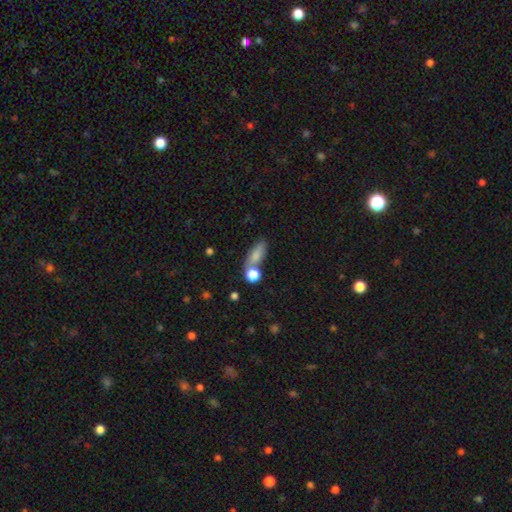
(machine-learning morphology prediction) This is likely a smooth galaxy (78%). How rounded: likely in between (62%). Merging: possibly none (55%).